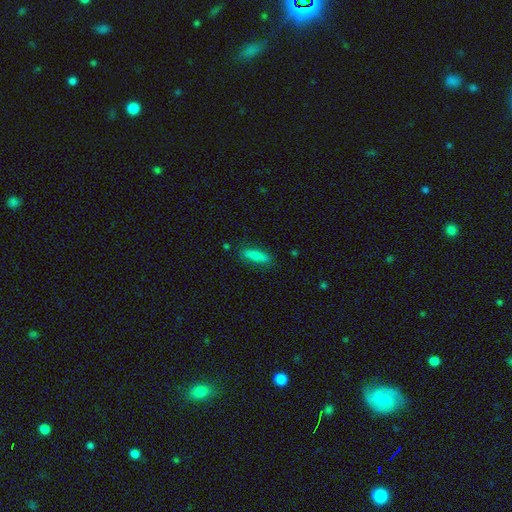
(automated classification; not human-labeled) Smooth or featured? Predicted: smooth (p=0.82). How rounded? Predicted: cigar-shaped (p=0.59). Merging? Predicted: none (p=0.83).